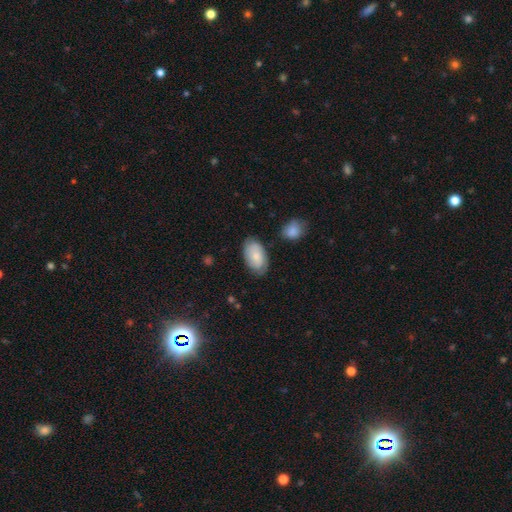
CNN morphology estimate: A smooth galaxy with no disk features (74%) that is in between round and cigar-shaped (94%).

Vote fractions:
- Smooth or featured? smooth: 74% / featured or disk: 20% / star or artifact: 6%
- How rounded? in between: 94% / round: 5% / cigar-shaped: 1%
- Merging? none: 75% / minor disturbance: 18% / major disturbance: 4% / merger: 3%